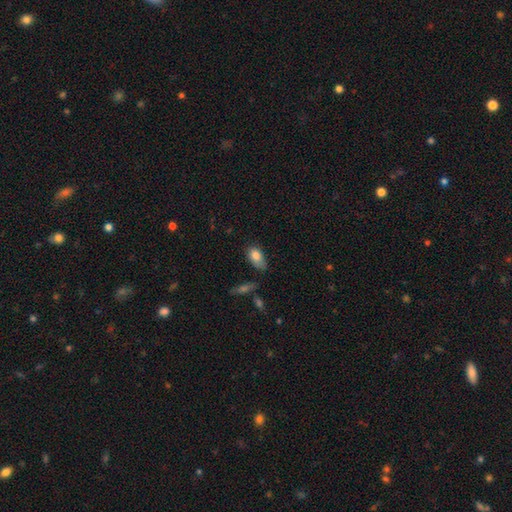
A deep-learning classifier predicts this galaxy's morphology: smooth 82%, featured or disk 11%, star or artifact 8%. Down the decision tree: how rounded — in between (90%); merging — none (56%).